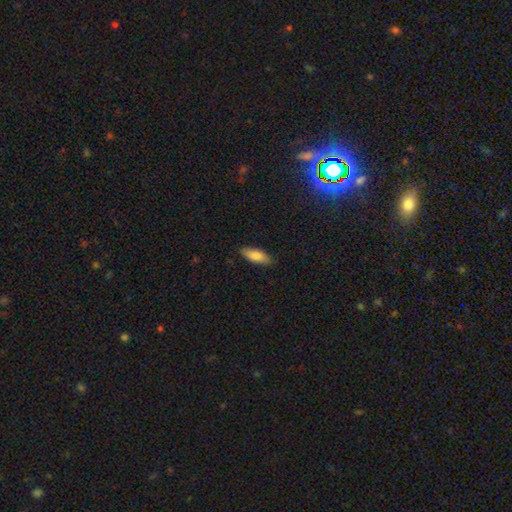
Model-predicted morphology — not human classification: The model was most divided on "how rounded": in between: 73%, cigar-shaped: 25%, round: 2%. More confident: merging — none (86%); smooth or featured — smooth (84%).